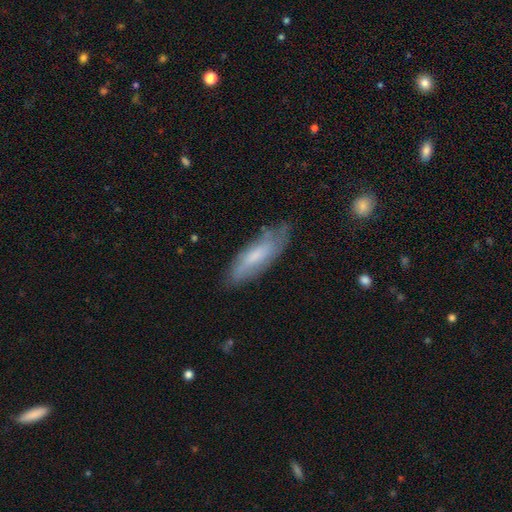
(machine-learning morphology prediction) type=smooth (56%); roundness=in between (52%); merging=none (69%).